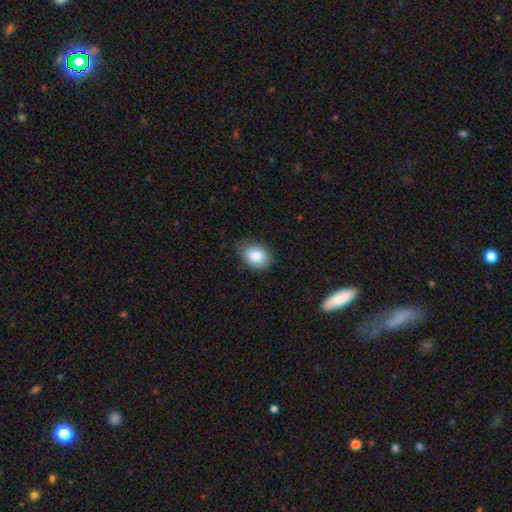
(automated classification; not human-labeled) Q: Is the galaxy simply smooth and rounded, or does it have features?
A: smooth — 84%.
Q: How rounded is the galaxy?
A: in between — 71%.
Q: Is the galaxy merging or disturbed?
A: none — 75%.